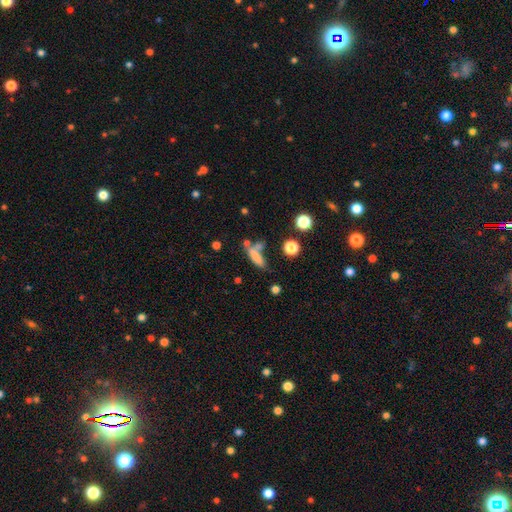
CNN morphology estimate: This is likely a smooth galaxy (72%). How rounded: possibly cigar-shaped (59%). Merging: possibly none (48%).